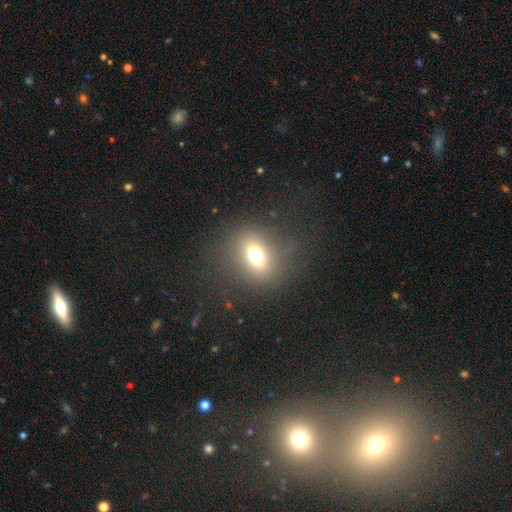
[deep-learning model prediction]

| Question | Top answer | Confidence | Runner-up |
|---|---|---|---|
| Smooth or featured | smooth | 68% | star or artifact (17%) |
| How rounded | round | 51% | in between (47%) |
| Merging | none | 80% | minor disturbance (11%) |